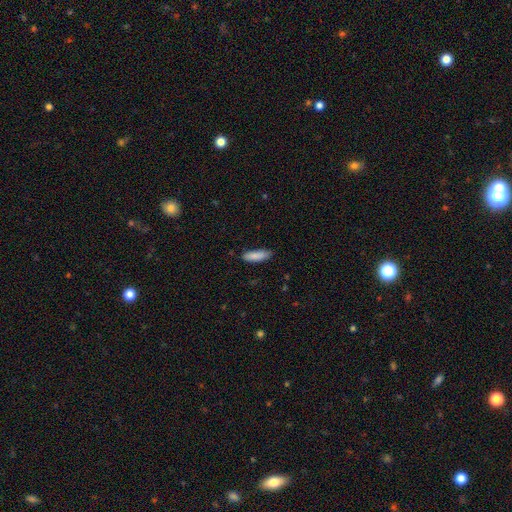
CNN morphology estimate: Smooth or featured? smooth (88%)
How rounded? cigar-shaped (50%)
Merging? none (83%)